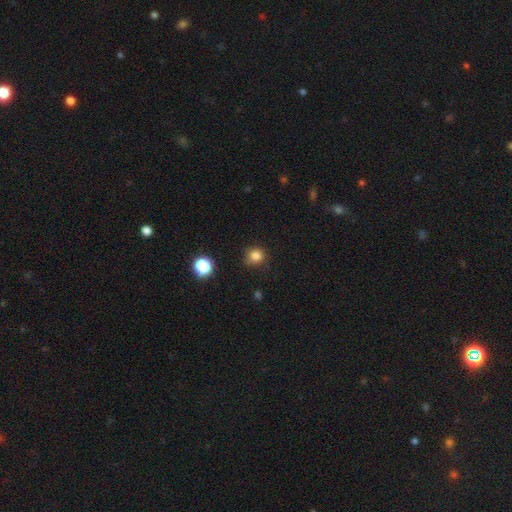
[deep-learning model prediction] A smooth galaxy with no disk features (82%) that is round (87%). Merging: none (79%).